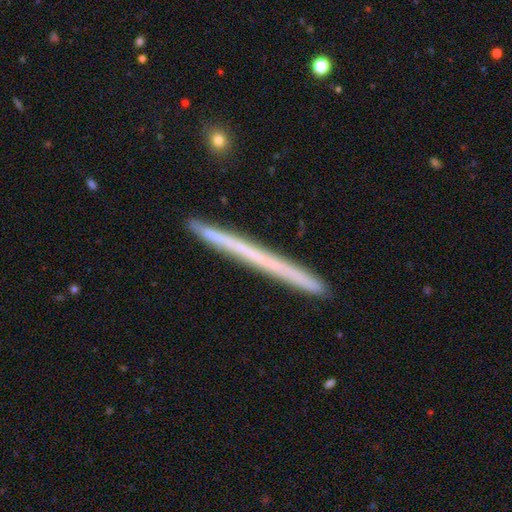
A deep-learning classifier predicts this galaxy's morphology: Smooth or featured?
  - featured or disk: 53% *
  - smooth: 41%
  - star or artifact: 7%
Edge-on disk?
  - yes: 97% *
  - no: 3%
Edge-on bulge?
  - none: 93% *
  - rounded: 5%
  - boxy: 2%
Merging?
  - none: 90% *
  - minor disturbance: 7%
  - merger: 1%
  - major disturbance: 1%